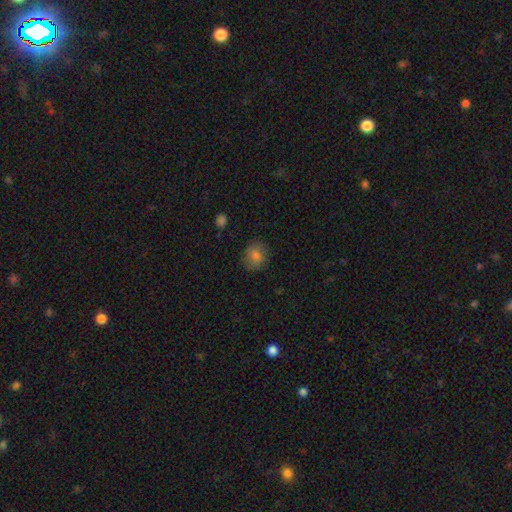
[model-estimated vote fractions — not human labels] Morphology: type=smooth (81%); roundness=round (76%); merging=none (83%).